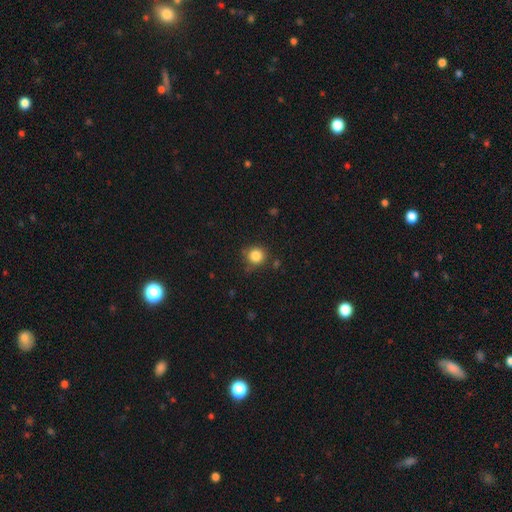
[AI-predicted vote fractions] The model was most divided on "merging": none: 79%, minor disturbance: 14%, merger: 4%, major disturbance: 3%. More confident: how rounded — round (92%); smooth or featured — smooth (84%).